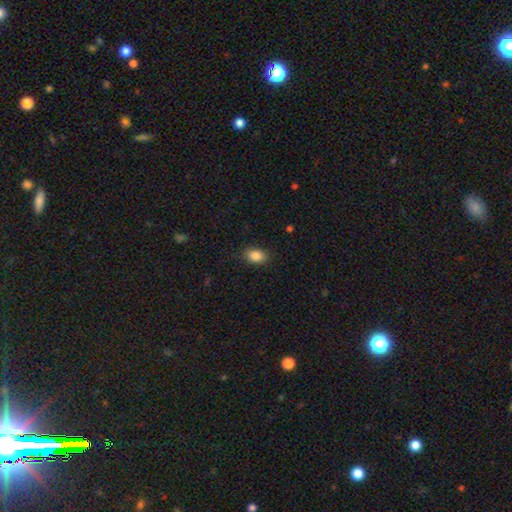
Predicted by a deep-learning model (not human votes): A smooth galaxy with no disk features (87%) that is in between round and cigar-shaped (82%).

Vote fractions:
- Smooth or featured? smooth: 87% / star or artifact: 9% / featured or disk: 5%
- How rounded? in between: 82% / round: 17% / cigar-shaped: 1%
- Merging? none: 87% / minor disturbance: 9% / major disturbance: 2% / merger: 1%